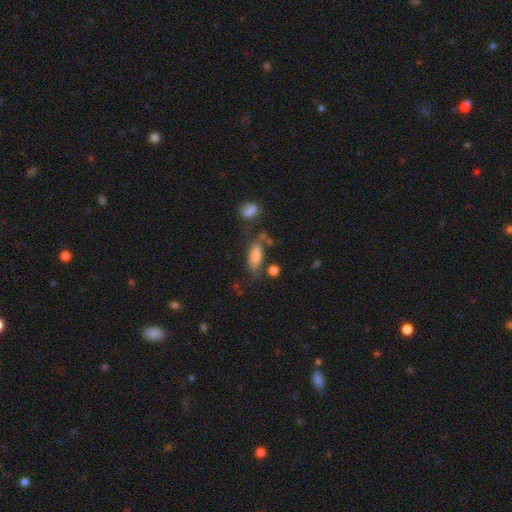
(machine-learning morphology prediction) type=smooth (80%); roundness=in between (75%); merging=none (61%).